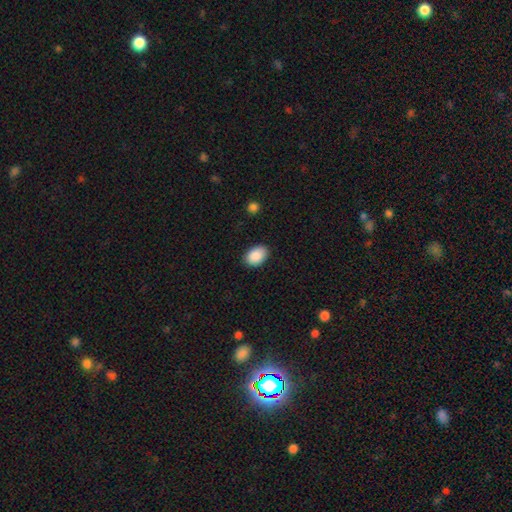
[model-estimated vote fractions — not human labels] Q: Smooth or featured?
A: smooth (90%); runner-up: star or artifact (7%)
Q: How rounded?
A: in between (88%); runner-up: round (11%)
Q: Merging?
A: none (87%); runner-up: minor disturbance (9%)